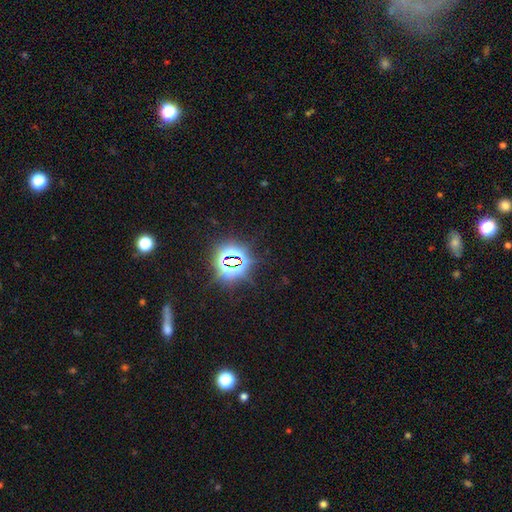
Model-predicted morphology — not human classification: A star or artifact, not a galaxy (78%).